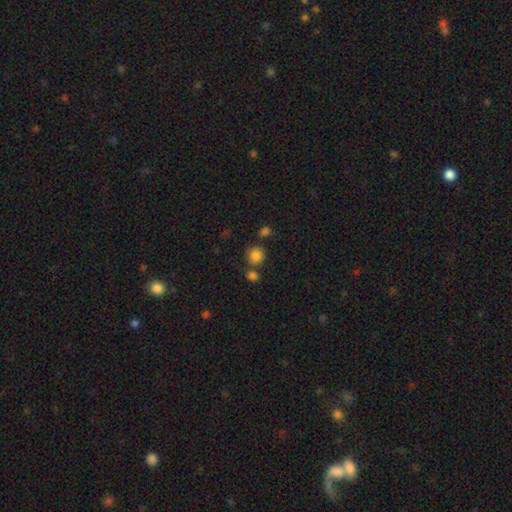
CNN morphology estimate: type=smooth (83%); roundness=round (89%); merging=none (70%).